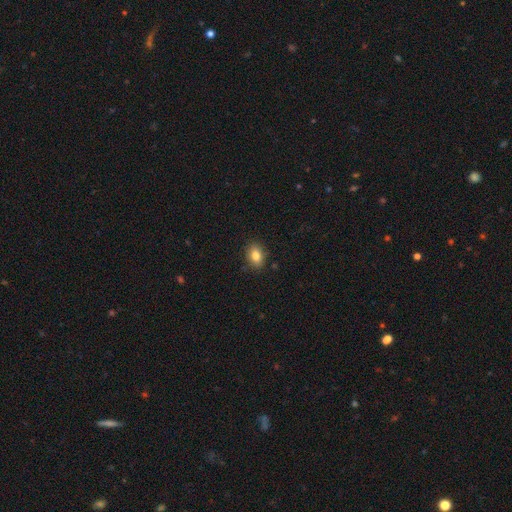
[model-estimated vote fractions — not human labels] Smooth or featured? Predicted: smooth (p=0.82). How rounded? Predicted: in between (p=0.79). Merging? Predicted: none (p=0.86).